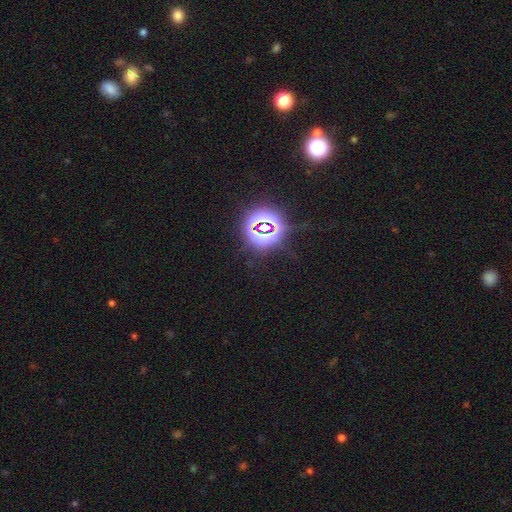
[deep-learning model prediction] The model was most divided on "smooth or featured": star or artifact: 80%, smooth: 13%, featured or disk: 7%.